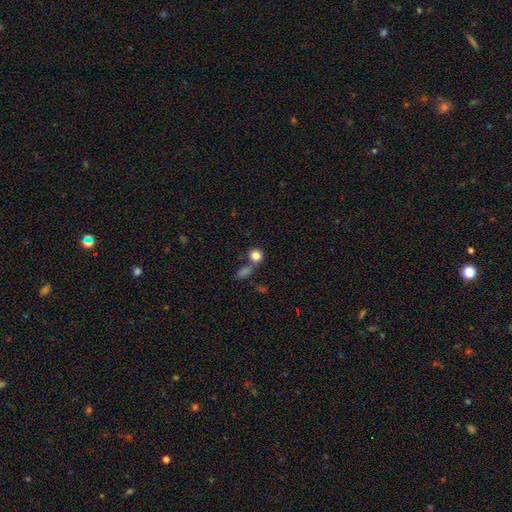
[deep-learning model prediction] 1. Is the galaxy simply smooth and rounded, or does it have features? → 82% smooth, 11% star or artifact, 7% featured or disk.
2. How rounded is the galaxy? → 85% round, 13% in between, 1% cigar-shaped.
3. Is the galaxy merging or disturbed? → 60% none, 25% merger, 10% minor disturbance, 5% major disturbance.